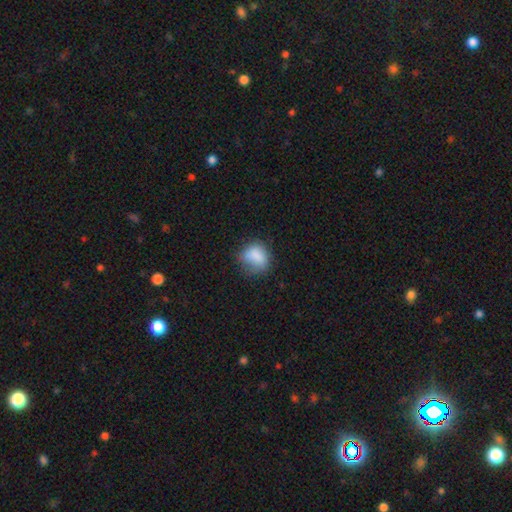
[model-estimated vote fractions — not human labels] A smooth galaxy with no disk features (81%) that is round (50%).

Vote fractions:
- Smooth or featured? smooth: 81% / star or artifact: 10% / featured or disk: 9%
- How rounded? round: 50% / in between: 49% / cigar-shaped: 1%
- Merging? none: 52% / minor disturbance: 31% / major disturbance: 15% / merger: 3%